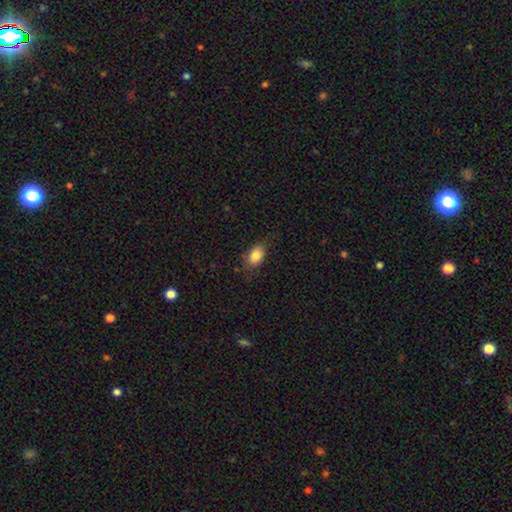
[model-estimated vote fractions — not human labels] Overall: smooth (84%). How rounded: in between (83%). Merging: none (69%).